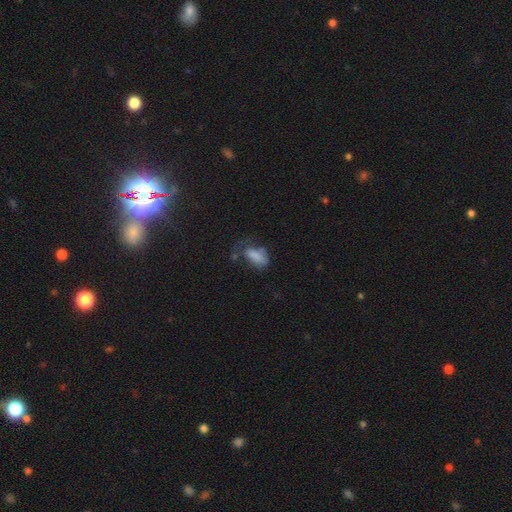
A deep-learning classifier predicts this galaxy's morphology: smooth-or-featured: smooth: 72% | featured or disk: 18% | star or artifact: 11%
  how-rounded: in between: 85% | cigar-shaped: 10% | round: 5%
  merging: major disturbance: 39% | none: 29% | minor disturbance: 25% | merger: 7%